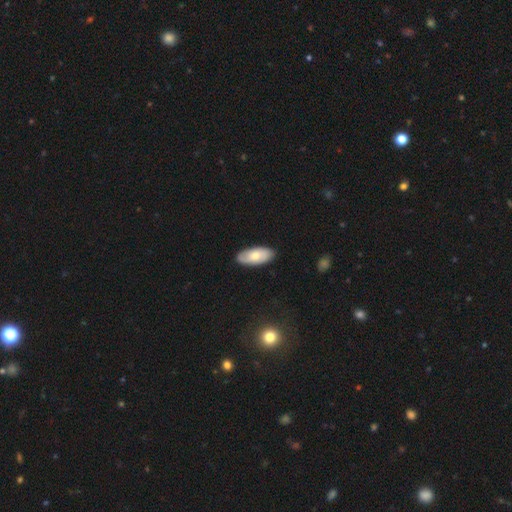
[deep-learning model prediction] Smooth or featured?
  - smooth: 62% *
  - featured or disk: 32%
  - star or artifact: 6%
How rounded?
  - in between: 89% *
  - cigar-shaped: 9%
  - round: 2%
Merging?
  - none: 87% *
  - minor disturbance: 10%
  - major disturbance: 2%
  - merger: 1%